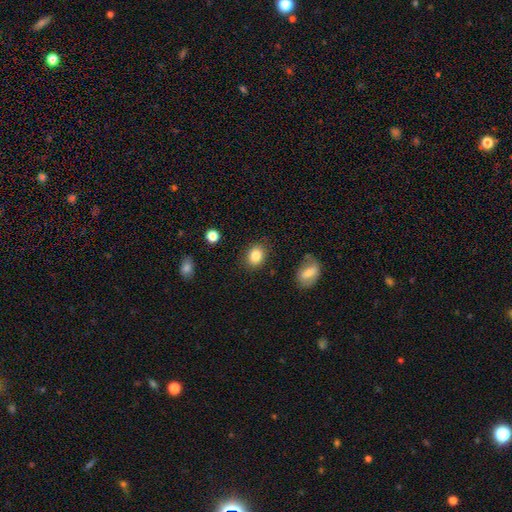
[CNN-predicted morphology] type=smooth (85%); roundness=in between (58%); merging=none (85%).